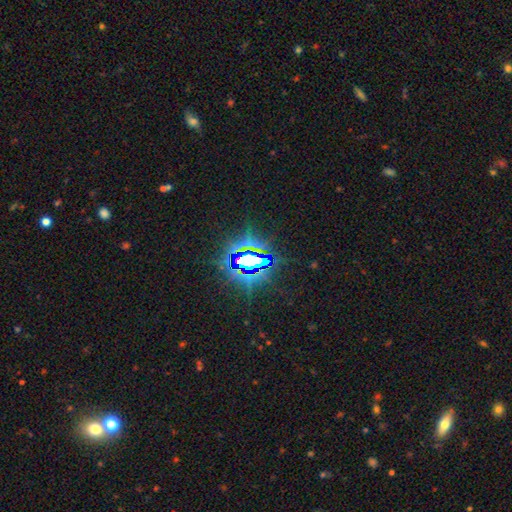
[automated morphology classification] This appears to be a star or artifact, not a galaxy (80%).